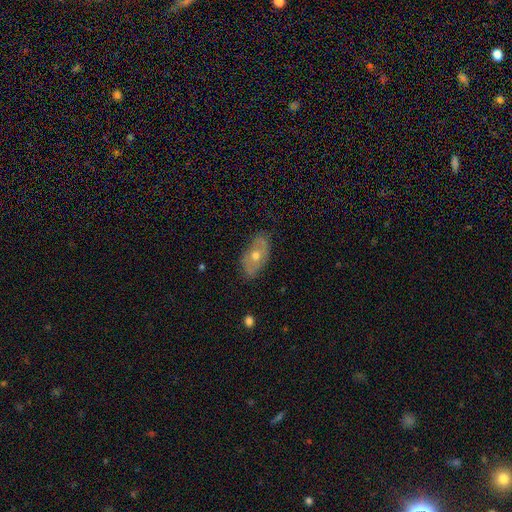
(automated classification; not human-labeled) featured or disk 55%, smooth 37%, star or artifact 8%. Down the decision tree: edge-on disk — no (85%); merging — none (78%).